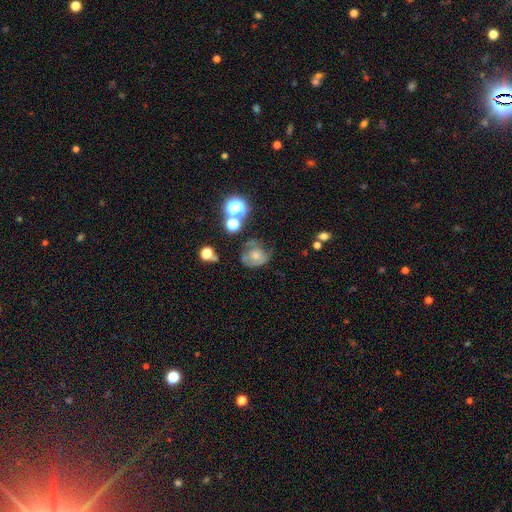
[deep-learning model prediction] A smooth galaxy with no disk features (49%). Merging: none (43%).